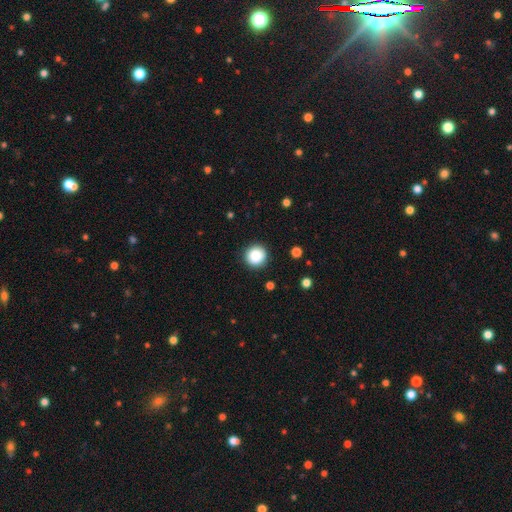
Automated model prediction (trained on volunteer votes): A smooth galaxy with no disk features (86%) that is round (95%). Merging: none (90%).